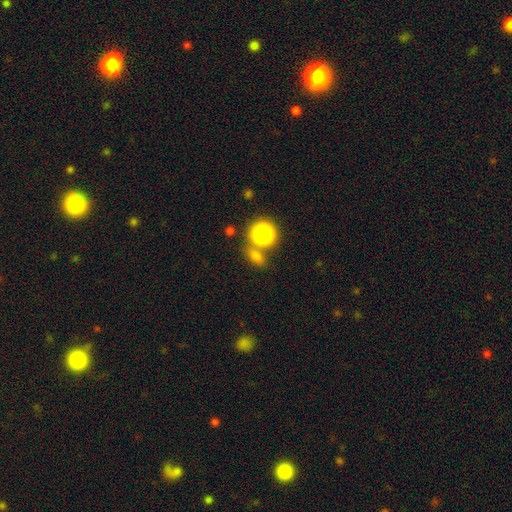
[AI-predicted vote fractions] Smooth or featured? Predicted: smooth (p=0.67). How rounded? Predicted: in between (p=0.51). Merging? Predicted: none (p=0.67).